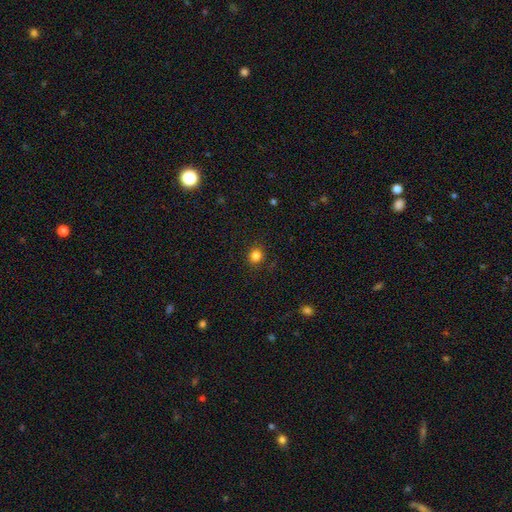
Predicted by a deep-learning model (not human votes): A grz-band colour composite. It shows a smooth galaxy with no disk features (82%) that is round (88%). Merging: none (89%).